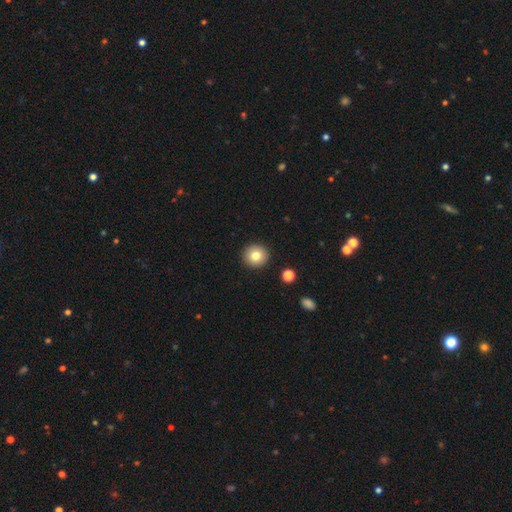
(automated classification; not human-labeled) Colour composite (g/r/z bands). It shows a smooth galaxy with no disk features (80%) that is round (94%). Merging: none (92%).